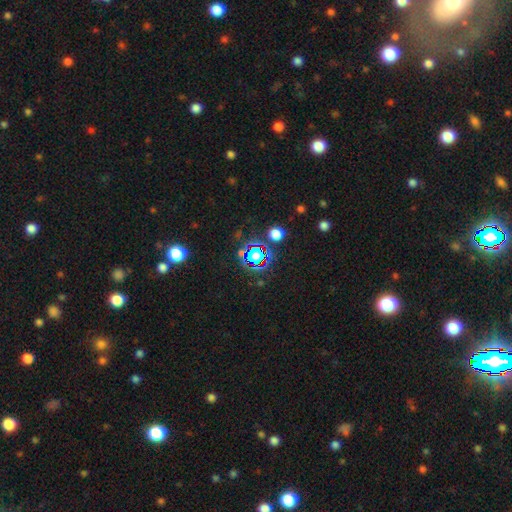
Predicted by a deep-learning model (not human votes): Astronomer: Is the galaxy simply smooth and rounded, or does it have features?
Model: star or artifact — 65%.